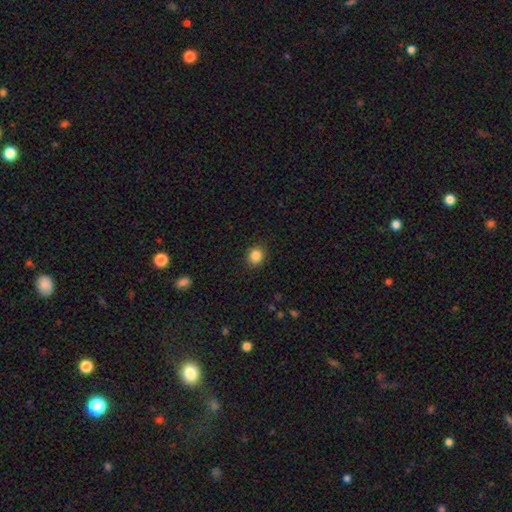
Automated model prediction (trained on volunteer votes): A smooth galaxy with no disk features (86%) that is round (75%). Merging: none (88%).